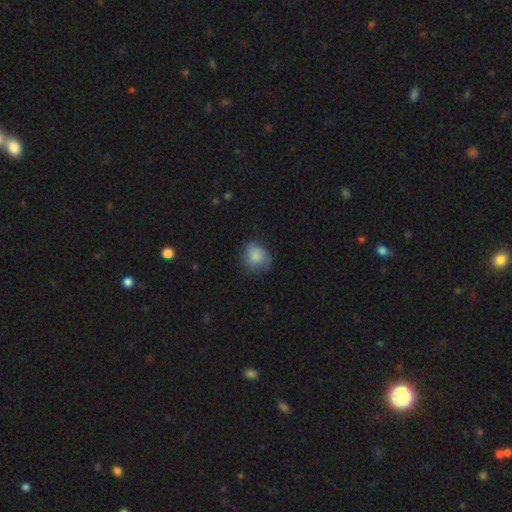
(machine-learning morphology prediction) smooth 80%, featured or disk 12%, star or artifact 8%. Down the decision tree: how rounded — round (71%); merging — none (63%).